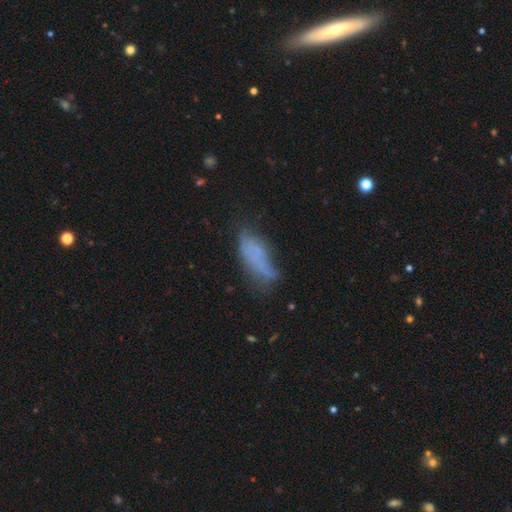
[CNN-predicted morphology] Smooth or featured? Predicted: smooth (p=0.55). How rounded? Predicted: in between (p=0.67). Merging? Predicted: none (p=0.36).